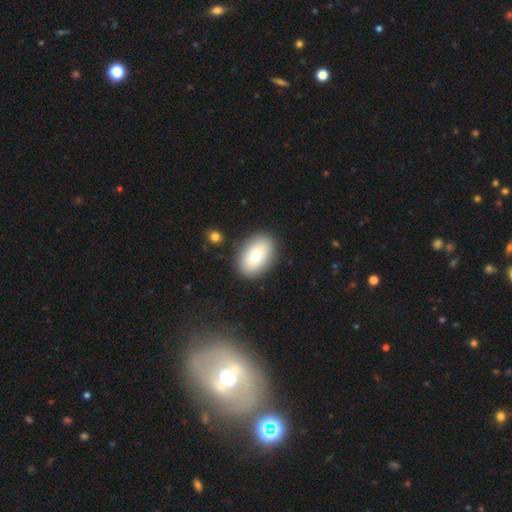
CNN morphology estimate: Smooth or featured?
  - smooth: 80% *
  - featured or disk: 14%
  - star or artifact: 6%
How rounded?
  - in between: 90% *
  - round: 9%
  - cigar-shaped: 1%
Merging?
  - none: 87% *
  - minor disturbance: 8%
  - major disturbance: 3%
  - merger: 2%